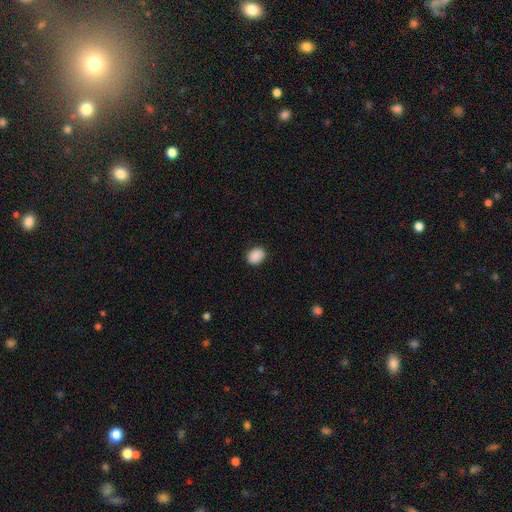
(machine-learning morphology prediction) smooth_or_featured: smooth (p=0.89) [alt: star or artifact p=0.08]
how_rounded: in between (p=0.57) [alt: round p=0.42]
merging: none (p=0.85) [alt: minor disturbance p=0.12]